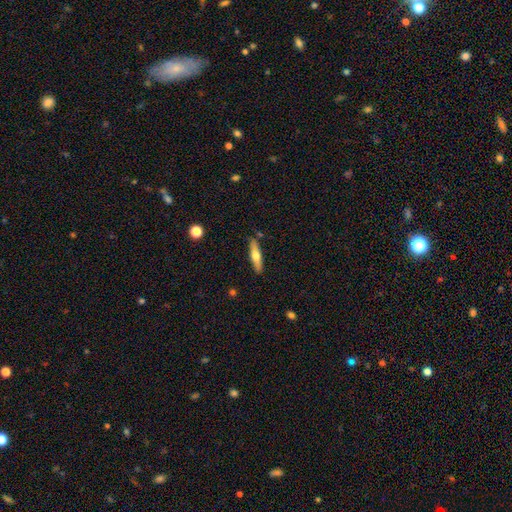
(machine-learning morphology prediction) Smooth or featured? smooth (50%)
Merging? none (85%)